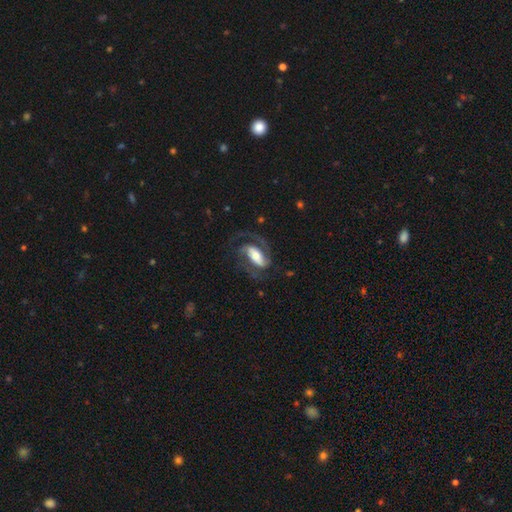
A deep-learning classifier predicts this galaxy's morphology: smooth_or_featured: featured or disk (p=0.79) [alt: smooth p=0.16]
disk_edge_on: no (p=0.94) [alt: yes p=0.06]
bar: strong (p=0.49) [alt: weak p=0.29]
has_spiral_arms: yes (p=0.94) [alt: no p=0.06]
spiral_winding: medium (p=0.50) [alt: loose p=0.26]
spiral_arm_count: 2 (p=0.82) [alt: 1 p=0.09]
bulge_size: moderate (p=0.48) [alt: small p=0.29]
merging: none (p=0.63) [alt: major disturbance p=0.19]